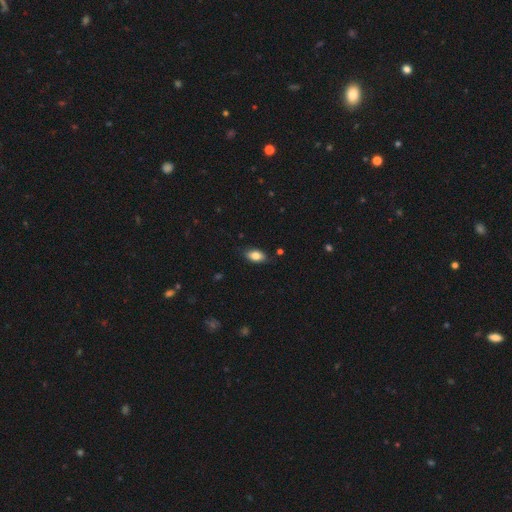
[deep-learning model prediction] smooth-or-featured: smooth: 82% | featured or disk: 11% | star or artifact: 7%
  how-rounded: in between: 91% | round: 5% | cigar-shaped: 5%
  merging: none: 84% | minor disturbance: 13% | major disturbance: 2% | merger: 1%